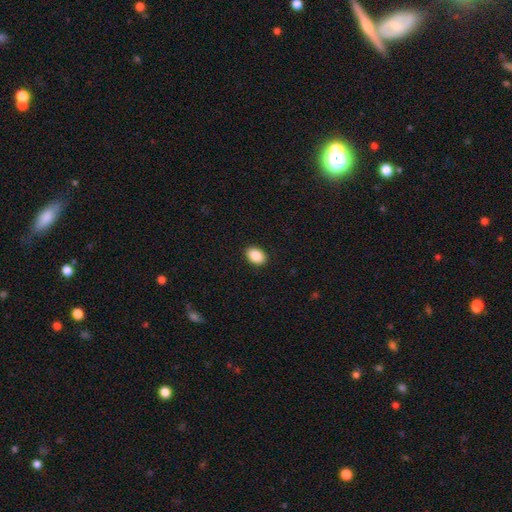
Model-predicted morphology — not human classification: The model was most divided on "how rounded": in between: 79%, round: 20%, cigar-shaped: 1%. More confident: merging — none (91%); smooth or featured — smooth (88%).